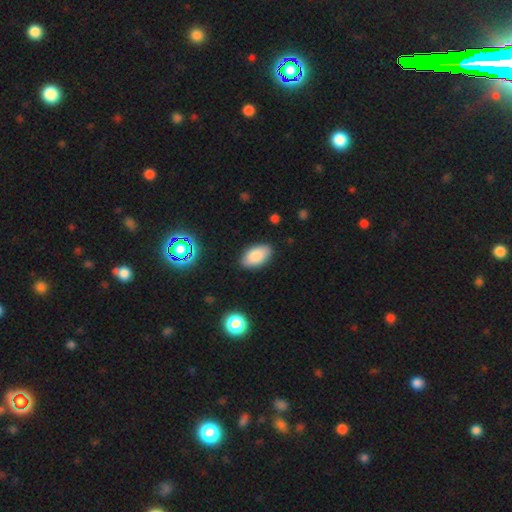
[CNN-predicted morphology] smooth-or-featured: smooth: 84% | star or artifact: 8% | featured or disk: 8%
  how-rounded: in between: 94% | round: 4% | cigar-shaped: 2%
  merging: none: 86% | minor disturbance: 10% | major disturbance: 2% | merger: 1%